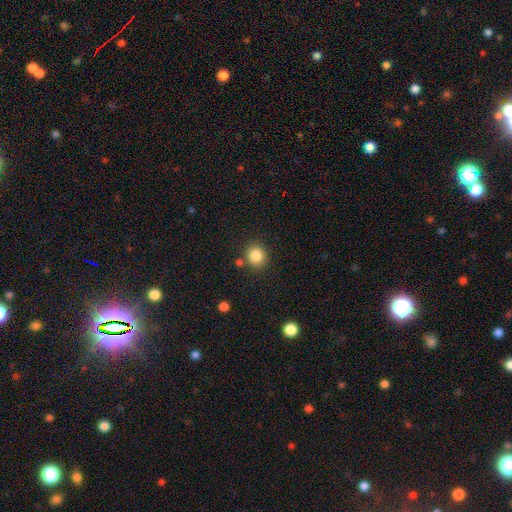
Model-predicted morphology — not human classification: Smooth or featured? smooth (85%)
How rounded? round (83%)
Merging? none (81%)